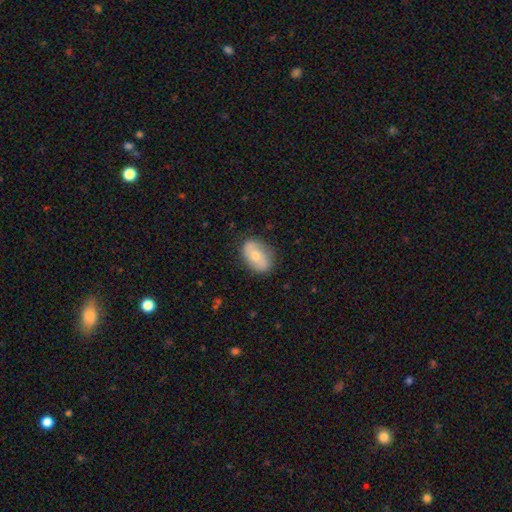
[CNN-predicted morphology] The model was most divided on "smooth or featured": smooth: 61%, featured or disk: 32%, star or artifact: 6%. More confident: how rounded — in between (86%); merging — none (79%).